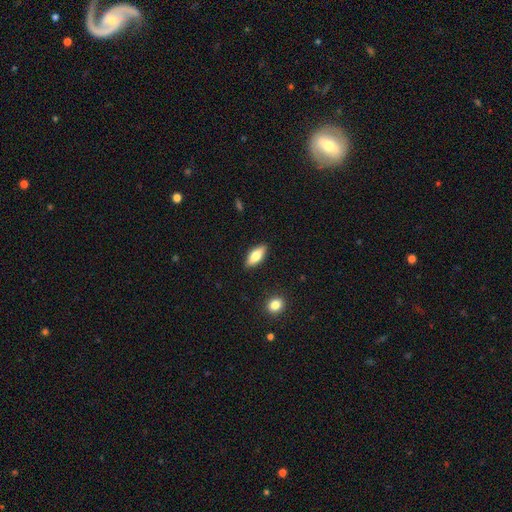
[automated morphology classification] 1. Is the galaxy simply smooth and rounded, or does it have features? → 69% smooth, 24% featured or disk, 6% star or artifact.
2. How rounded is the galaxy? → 72% in between, 25% cigar-shaped, 3% round.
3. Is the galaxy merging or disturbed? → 88% none, 9% minor disturbance, 2% major disturbance, 1% merger.